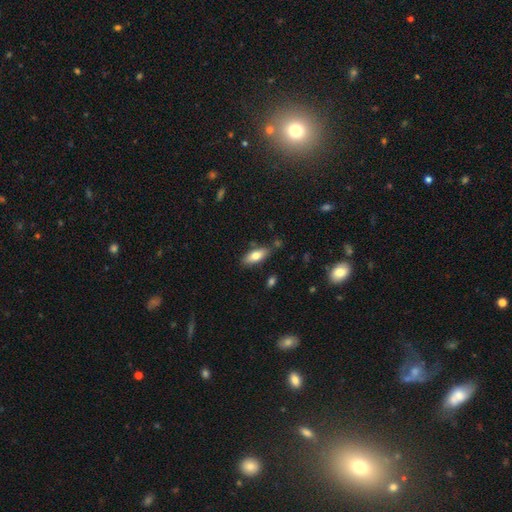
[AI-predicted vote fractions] The model was most divided on "how rounded": in between: 76%, cigar-shaped: 22%, round: 2%. More confident: merging — none (79%); smooth or featured — smooth (74%).